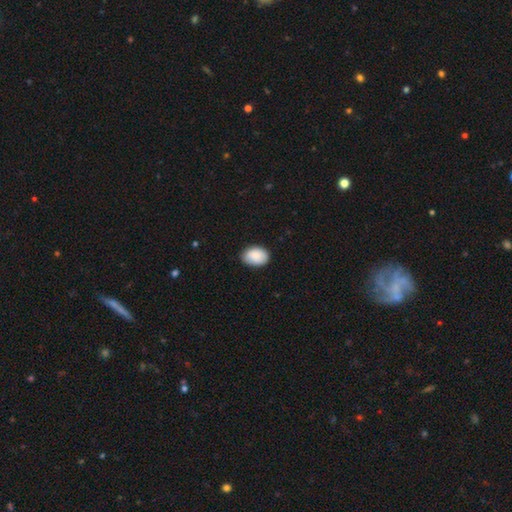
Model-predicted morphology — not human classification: Smooth or featured? smooth (87%)
How rounded? in between (79%)
Merging? none (80%)